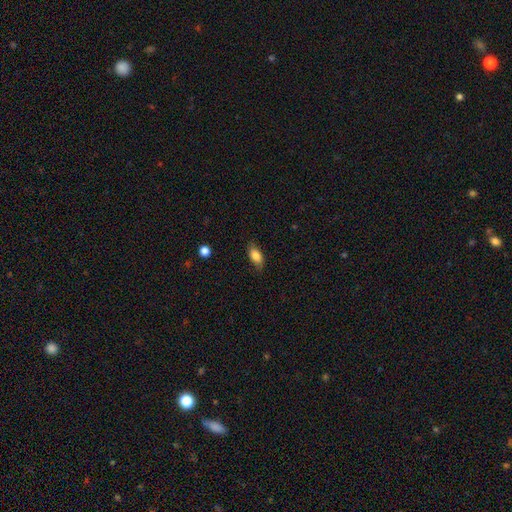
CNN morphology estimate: The model was most divided on "merging": none: 77%, minor disturbance: 18%, major disturbance: 4%, merger: 1%. More confident: how rounded — in between (87%); smooth or featured — smooth (83%).